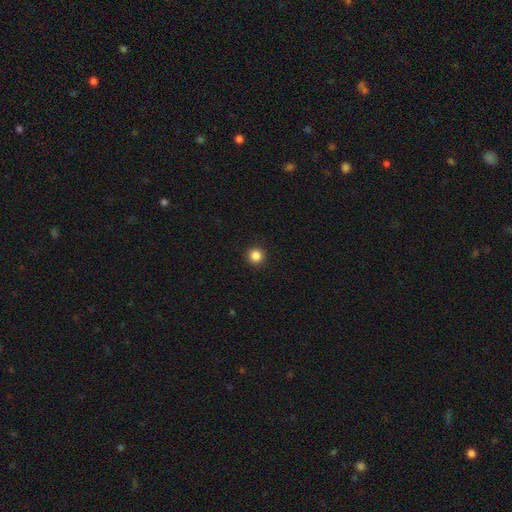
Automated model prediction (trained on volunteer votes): This is clearly a smooth galaxy (86%). How rounded: clearly round (96%). Merging: clearly none (93%).